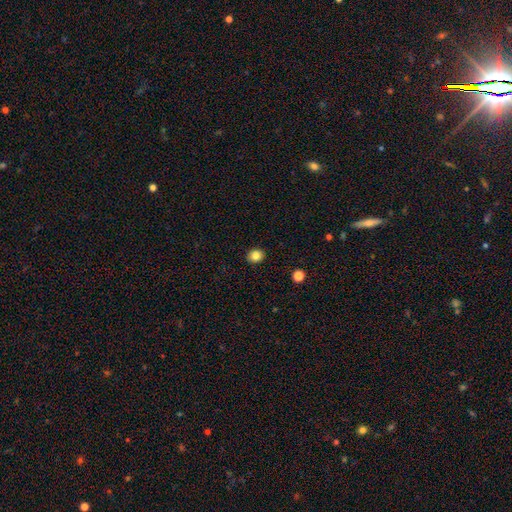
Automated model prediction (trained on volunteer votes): Q: Smooth or featured?
A: smooth (84%); runner-up: star or artifact (11%)
Q: How rounded?
A: round (70%); runner-up: in between (29%)
Q: Merging?
A: none (91%); runner-up: minor disturbance (6%)